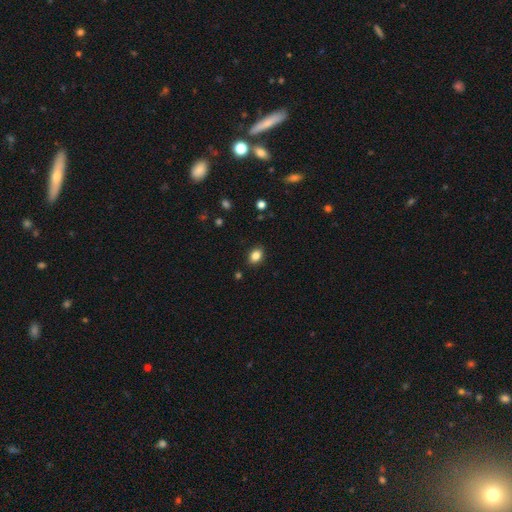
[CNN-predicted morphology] Smooth or featured?
  - smooth: 85% *
  - star or artifact: 10%
  - featured or disk: 6%
How rounded?
  - in between: 68% *
  - round: 31%
  - cigar-shaped: 1%
Merging?
  - none: 88% *
  - minor disturbance: 9%
  - major disturbance: 2%
  - merger: 1%